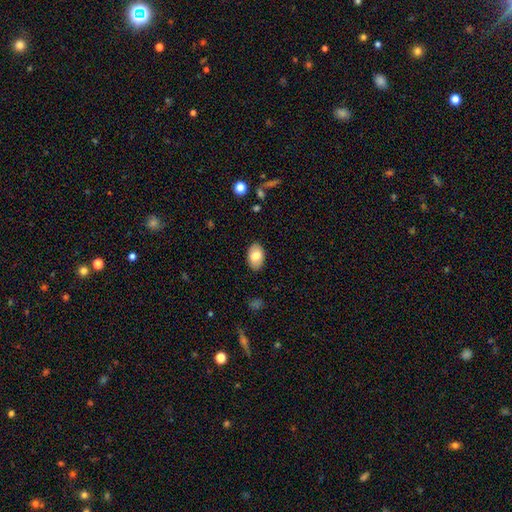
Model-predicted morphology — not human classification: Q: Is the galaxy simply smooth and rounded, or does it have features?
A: smooth — 79%.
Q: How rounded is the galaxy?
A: in between — 91%.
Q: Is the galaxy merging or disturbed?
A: none — 87%.